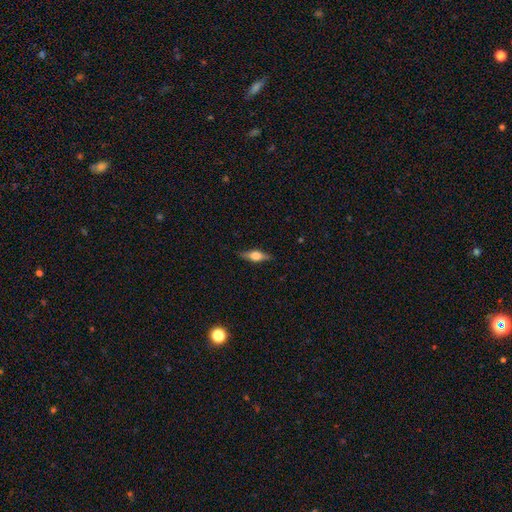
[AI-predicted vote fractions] The model was most divided on "smooth or featured": featured or disk: 52%, smooth: 41%, star or artifact: 7%. More confident: edge-on disk — yes (93%); merging — none (85%).